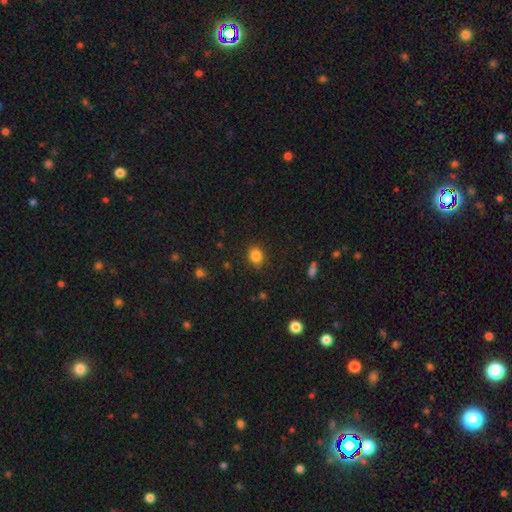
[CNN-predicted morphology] smooth 84%, star or artifact 11%, featured or disk 5%. Down the decision tree: how rounded — round (59%); merging — none (85%).